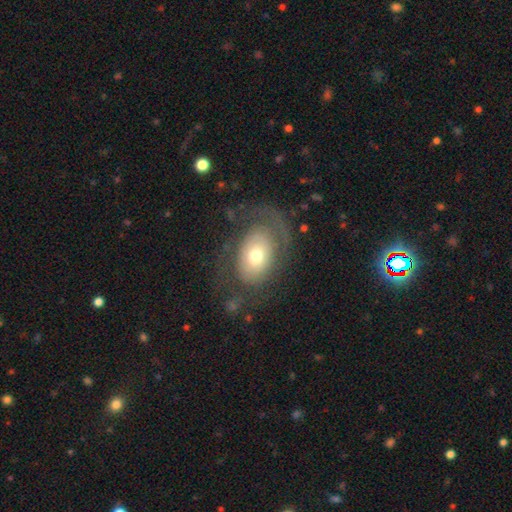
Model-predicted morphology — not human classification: Smooth or featured?
  - featured or disk: 50% *
  - smooth: 42%
  - star or artifact: 8%
Merging?
  - none: 54% *
  - major disturbance: 24%
  - minor disturbance: 19%
  - merger: 2%